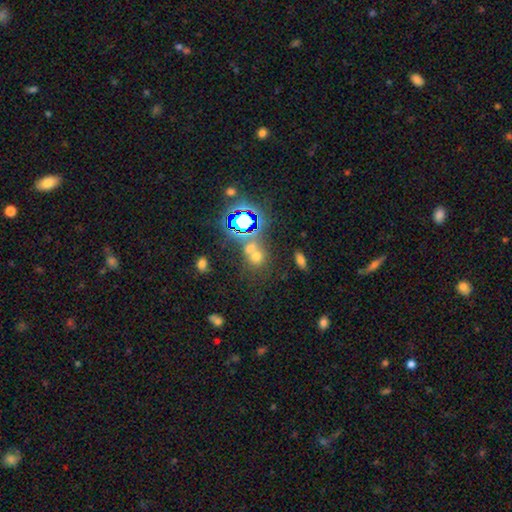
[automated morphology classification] Smooth or featured? smooth (55%)
How rounded? round (69%)
Merging? none (46%)